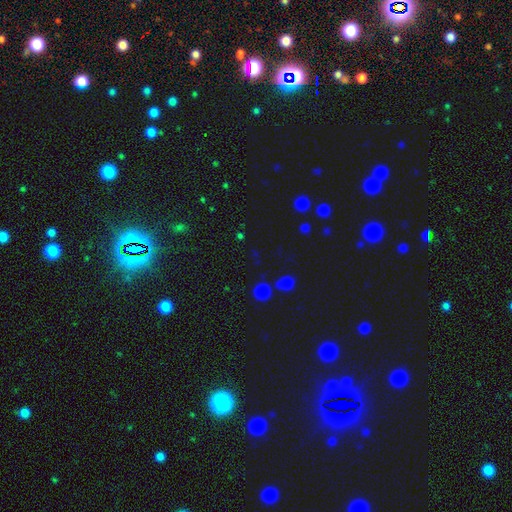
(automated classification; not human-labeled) Morphology: type=smooth (49%); merging=none (73%).